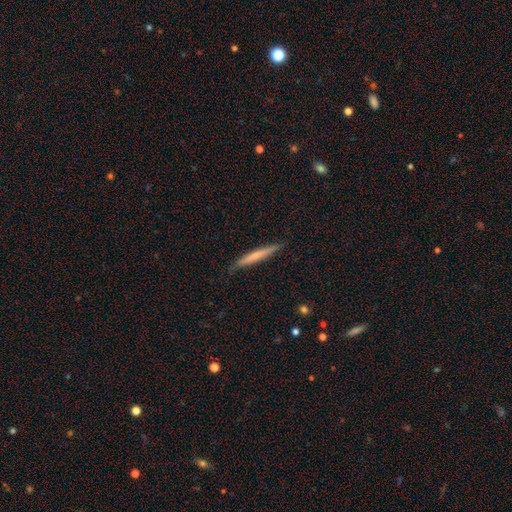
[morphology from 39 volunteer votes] type=featured or disk (51%); edge-on=yes (90%); edge-on bulge=none (61%); merging=none (79%).